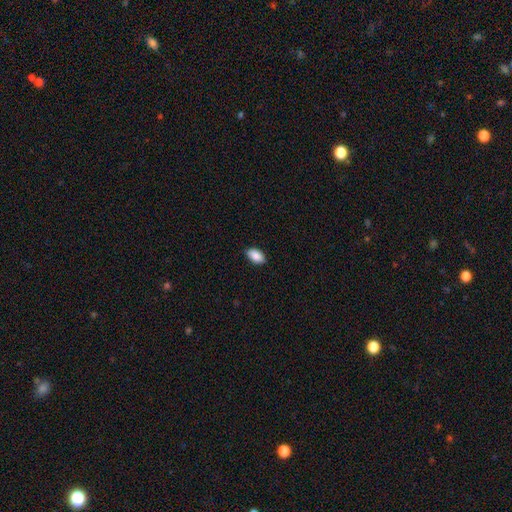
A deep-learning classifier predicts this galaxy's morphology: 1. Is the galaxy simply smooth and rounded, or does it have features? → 90% smooth, 7% star or artifact, 4% featured or disk.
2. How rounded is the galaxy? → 93% in between, 4% round, 2% cigar-shaped.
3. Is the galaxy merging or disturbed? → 87% none, 10% minor disturbance, 2% major disturbance, 1% merger.